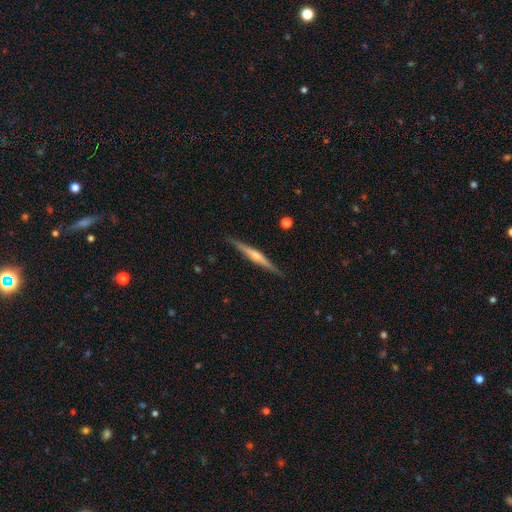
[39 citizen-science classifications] This is likely a featured or disk galaxy (67%). It is clearly viewed edge-on (100%). Edge-on bulge: clearly rounded (85%). Merging: clearly none (92%).